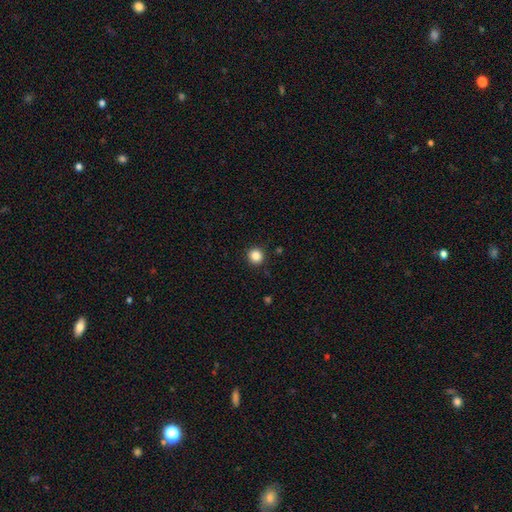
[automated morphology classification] This appears to be a smooth galaxy with no disk features (86%) that is round (94%). Merging: none (92%).